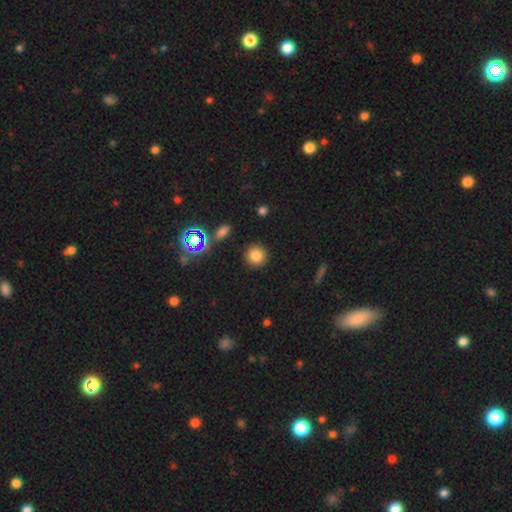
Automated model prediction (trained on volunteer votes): A smooth galaxy with no disk features (78%) that is round (92%).

Vote fractions:
- Smooth or featured? smooth: 78% / star or artifact: 15% / featured or disk: 7%
- How rounded? round: 92% / in between: 7% / cigar-shaped: 1%
- Merging? none: 90% / minor disturbance: 6% / major disturbance: 2% / merger: 2%